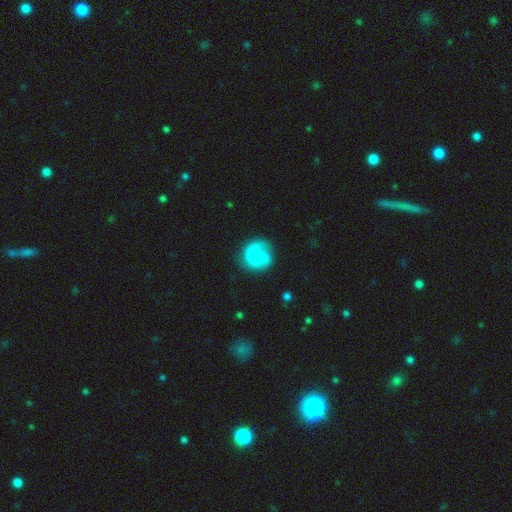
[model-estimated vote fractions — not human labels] A featured or disk galaxy (58%) with no bar (71%), 1 (42%) medium (40%) spiral arms (88%) and a small central bulge (48%).

Vote fractions:
- Smooth or featured? featured or disk: 58% / smooth: 35% / star or artifact: 7%
- Edge-on disk? no: 98% / yes: 2%
- Bar? no: 71% / weak: 26% / strong: 4%
- Spiral arms? yes: 88% / no: 12%
- Spiral winding? medium: 40% / tight: 35% / loose: 25%
- Spiral arm count? 1: 42% / 2: 34% / can't tell: 13% / 3: 8% / 4: 2% / more than 4: 2%
- Bulge size? small: 48% / none: 33% / moderate: 15% / large: 2% / dominant: 1%
- Merging? none: 62% / minor disturbance: 21% / major disturbance: 15% / merger: 2%